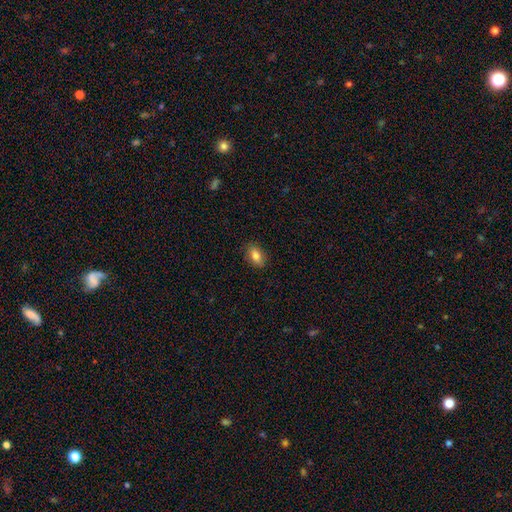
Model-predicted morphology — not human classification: Smooth or featured? smooth (84%)
How rounded? in between (88%)
Merging? none (87%)